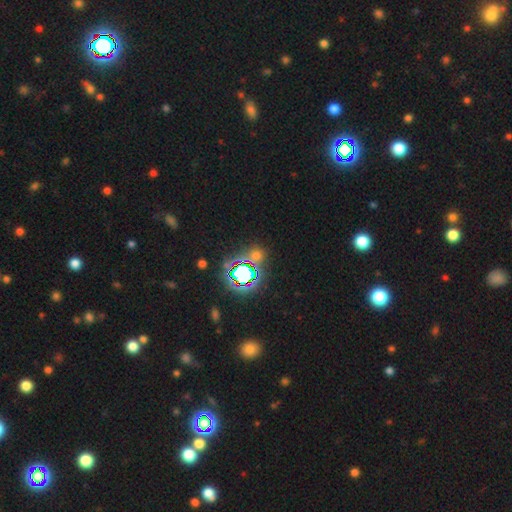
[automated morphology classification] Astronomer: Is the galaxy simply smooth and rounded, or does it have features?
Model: star or artifact — 53% (runner-up: smooth, 38%).